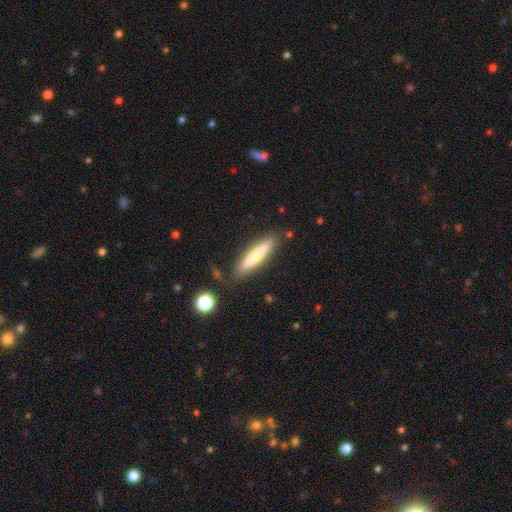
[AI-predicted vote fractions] Smooth or featured?
  - smooth: 62% *
  - featured or disk: 32%
  - star or artifact: 6%
How rounded?
  - cigar-shaped: 88% *
  - in between: 11%
  - round: 1%
Merging?
  - none: 82% *
  - minor disturbance: 12%
  - merger: 3%
  - major disturbance: 3%